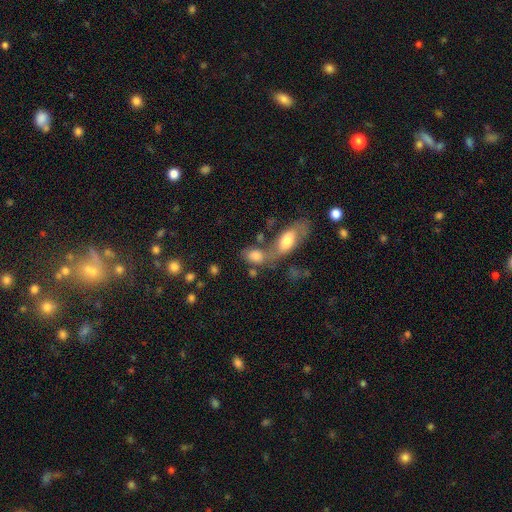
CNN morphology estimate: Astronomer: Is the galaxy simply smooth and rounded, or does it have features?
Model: smooth — 78%.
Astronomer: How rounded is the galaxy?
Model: in between — 85%.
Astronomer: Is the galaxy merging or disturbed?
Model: merger — 45% (runner-up: none, 34%).